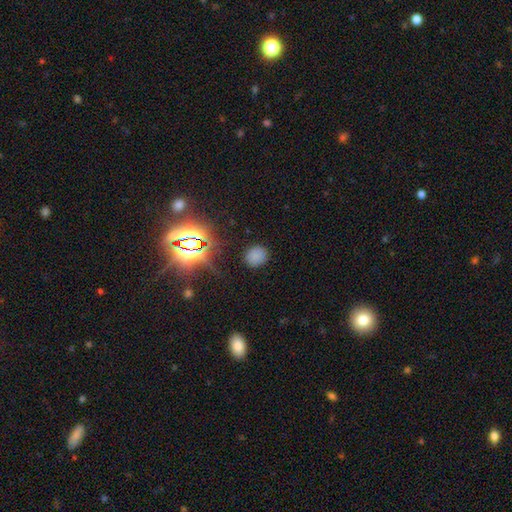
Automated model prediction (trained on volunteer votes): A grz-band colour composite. It shows a smooth galaxy with no disk features (72%) that is round (81%). Merging: none (85%).